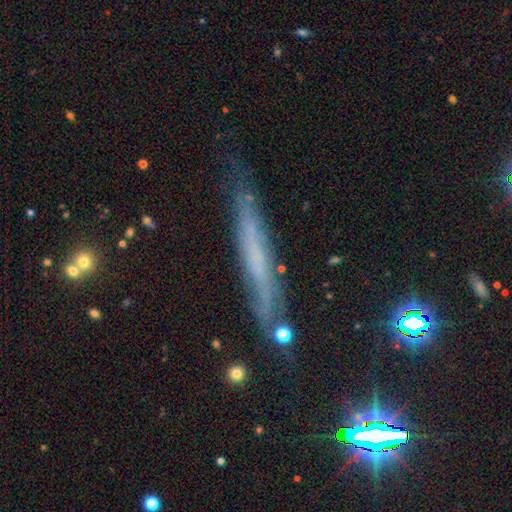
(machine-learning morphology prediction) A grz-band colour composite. It shows a featured or disk galaxy (51%) viewed edge-on (87%). Merging: none (75%).